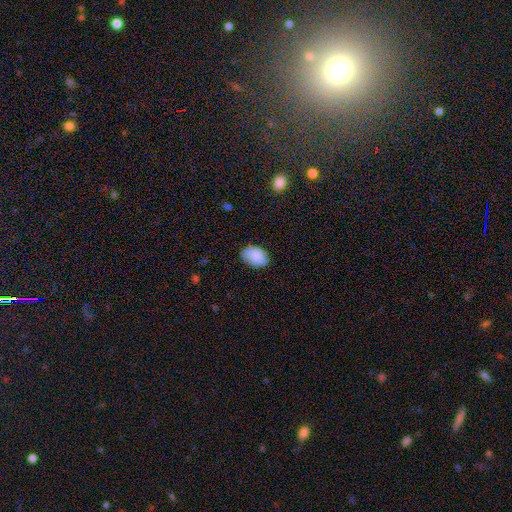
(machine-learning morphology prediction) Smooth or featured?
  - smooth: 84% *
  - featured or disk: 9%
  - star or artifact: 7%
How rounded?
  - in between: 82% *
  - round: 17%
  - cigar-shaped: 1%
Merging?
  - none: 76% *
  - minor disturbance: 19%
  - major disturbance: 4%
  - merger: 1%